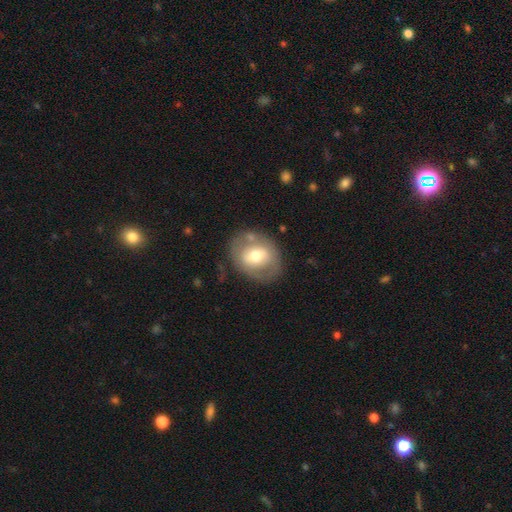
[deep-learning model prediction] The model was most divided on "how rounded": round: 52%, in between: 47%, cigar-shaped: 1%. More confident: merging — none (72%); smooth or featured — smooth (51%).